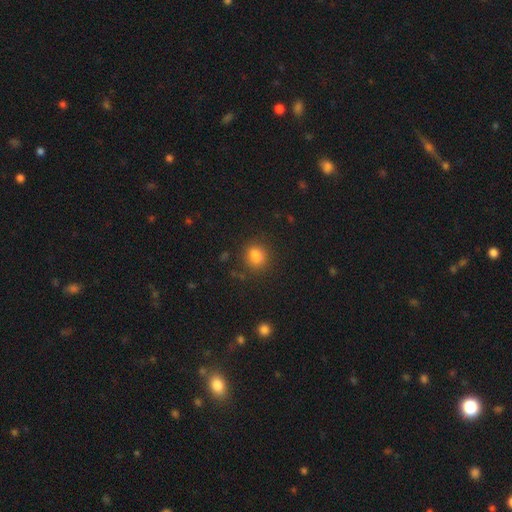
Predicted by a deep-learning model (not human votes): The model was most divided on "how rounded": round: 52%, in between: 47%, cigar-shaped: 2%. More confident: smooth or featured — smooth (80%); merging — none (75%).